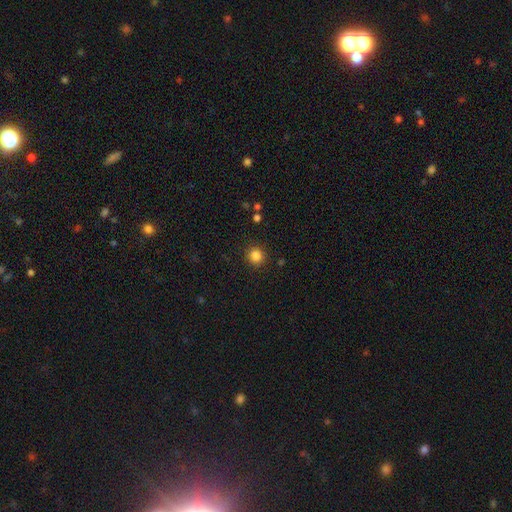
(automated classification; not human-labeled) This is clearly a smooth galaxy (84%). How rounded: clearly round (91%). Merging: clearly none (90%).